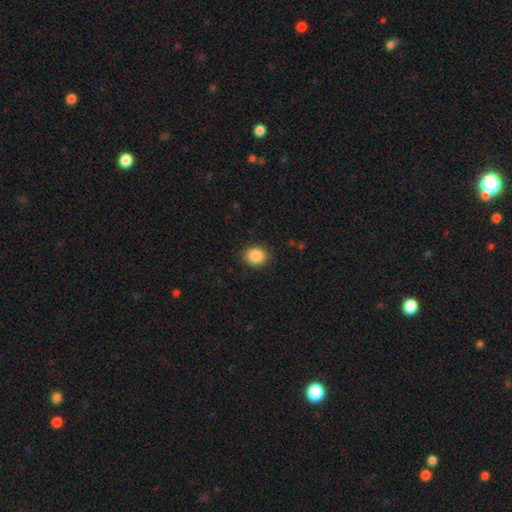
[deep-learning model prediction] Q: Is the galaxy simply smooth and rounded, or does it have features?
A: smooth — 88%.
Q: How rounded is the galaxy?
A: round — 67%.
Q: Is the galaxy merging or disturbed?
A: none — 88%.